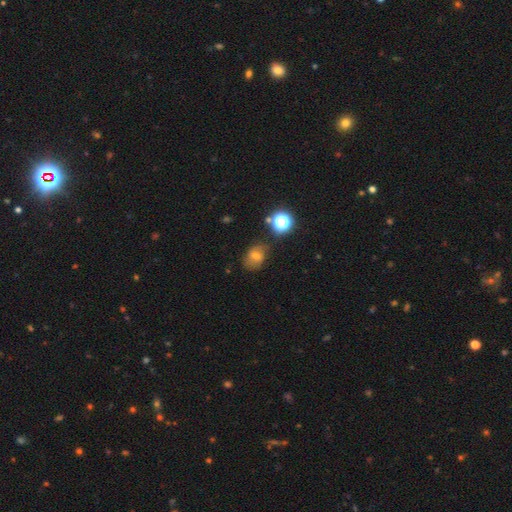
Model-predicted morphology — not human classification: Smooth or featured?
  - smooth: 52% *
  - featured or disk: 29%
  - star or artifact: 19%
How rounded?
  - in between: 60% *
  - round: 39%
  - cigar-shaped: 1%
Merging?
  - none: 62% *
  - minor disturbance: 24%
  - major disturbance: 9%
  - merger: 5%